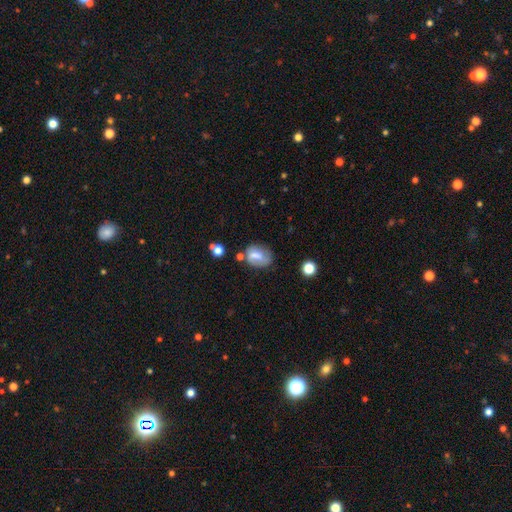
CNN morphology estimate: This is possibly a smooth galaxy (59%). How rounded: likely in between (68%). Merging: possibly none (51%).